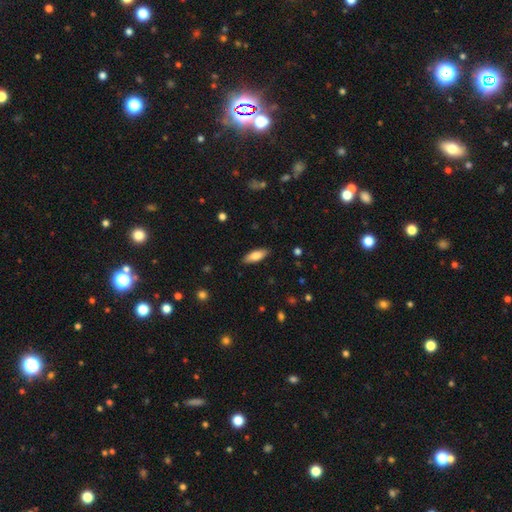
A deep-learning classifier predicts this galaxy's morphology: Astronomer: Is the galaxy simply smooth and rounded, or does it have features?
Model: smooth — 79%.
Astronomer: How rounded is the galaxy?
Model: in between — 66%.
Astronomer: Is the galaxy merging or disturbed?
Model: none — 88%.